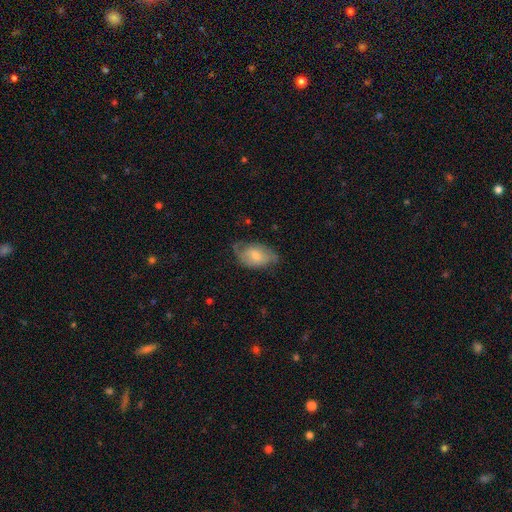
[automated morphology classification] This is possibly a featured or disk galaxy (55%). It is clearly not viewed edge-on (95%). Bar: likely no (62%). Spiral arm pattern: clearly yes (80%). Central bulge: possibly small (51%). Merging: possibly none (56%).